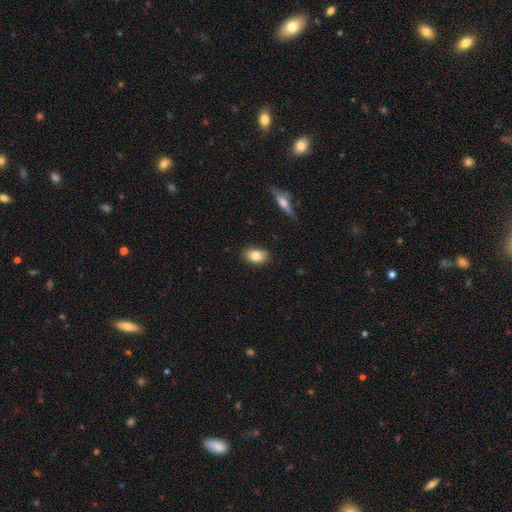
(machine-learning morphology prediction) A smooth galaxy with no disk features (81%) that is in between round and cigar-shaped (89%).

Vote fractions:
- Smooth or featured? smooth: 81% / featured or disk: 12% / star or artifact: 7%
- How rounded? in between: 89% / round: 9% / cigar-shaped: 2%
- Merging? none: 85% / minor disturbance: 11% / major disturbance: 2% / merger: 1%